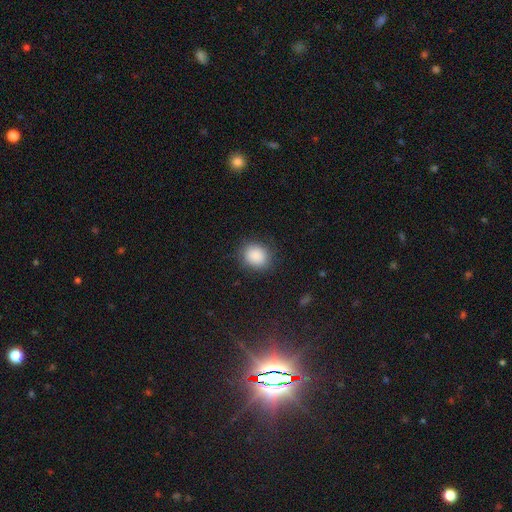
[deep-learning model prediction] This appears to be a smooth galaxy with no disk features (88%) that is round (68%). Merging: none (85%).